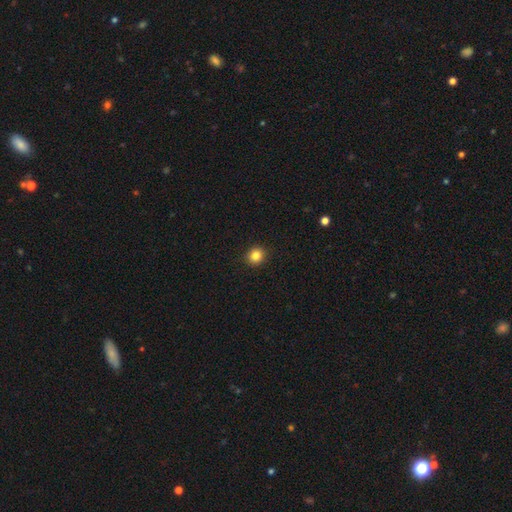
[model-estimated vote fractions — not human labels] Smooth or featured: smooth — 84% (star or artifact — 11%)
How rounded: round — 86% (in between — 13%)
Merging: none — 92% (minor disturbance — 5%)